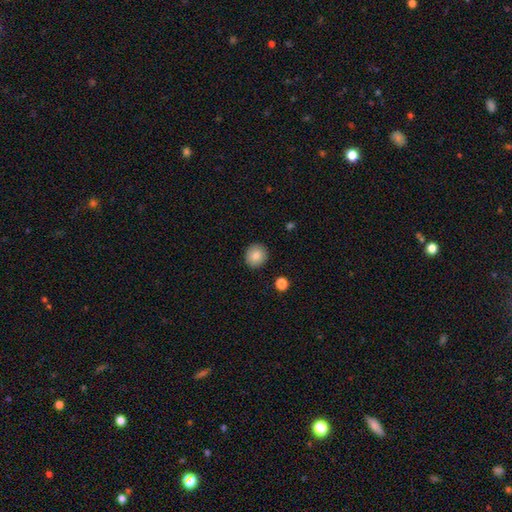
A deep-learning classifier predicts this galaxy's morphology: Smooth or featured: smooth — 86% (star or artifact — 8%)
How rounded: round — 89% (in between — 10%)
Merging: none — 91% (minor disturbance — 6%)